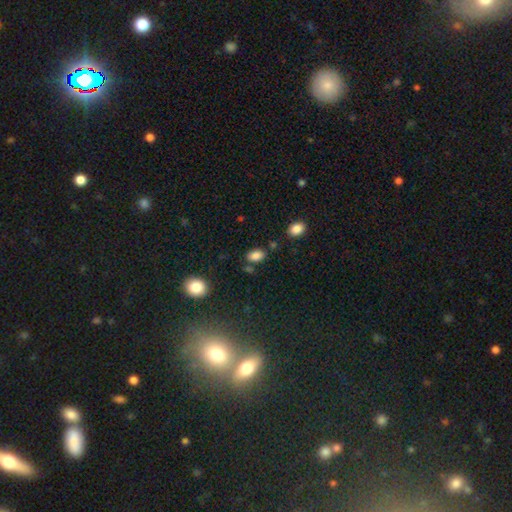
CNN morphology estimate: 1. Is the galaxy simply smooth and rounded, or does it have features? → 85% smooth, 10% star or artifact, 5% featured or disk.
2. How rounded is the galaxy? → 89% in between, 9% round, 2% cigar-shaped.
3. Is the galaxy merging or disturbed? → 75% none, 13% minor disturbance, 8% merger, 3% major disturbance.